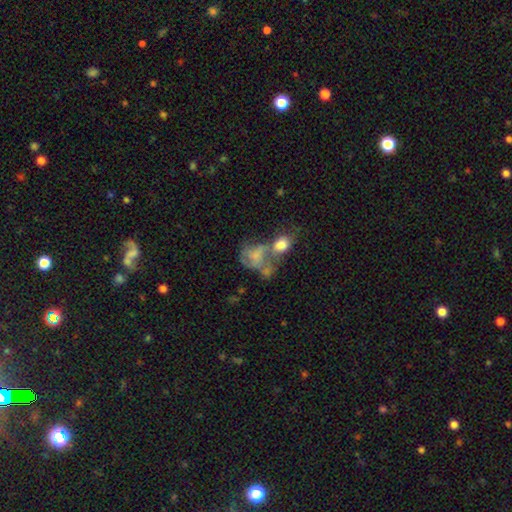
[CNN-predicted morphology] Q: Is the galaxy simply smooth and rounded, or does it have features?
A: smooth — 50%.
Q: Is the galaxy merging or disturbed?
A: merger — 56%.